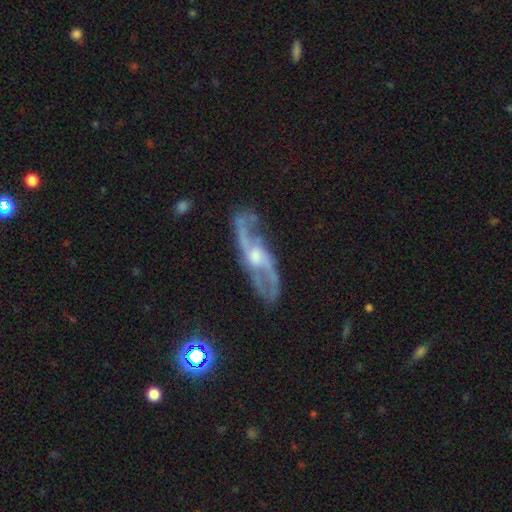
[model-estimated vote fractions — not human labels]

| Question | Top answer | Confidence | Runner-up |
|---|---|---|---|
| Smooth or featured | featured or disk | 87% | smooth (7%) |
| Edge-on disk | no | 85% | yes (15%) |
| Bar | no | 50% | weak (39%) |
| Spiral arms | yes | 94% | no (6%) |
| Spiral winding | loose | 55% | medium (36%) |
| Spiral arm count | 2 | 85% | can't tell (7%) |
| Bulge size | moderate | 56% | small (32%) |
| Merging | none | 72% | minor disturbance (17%) |